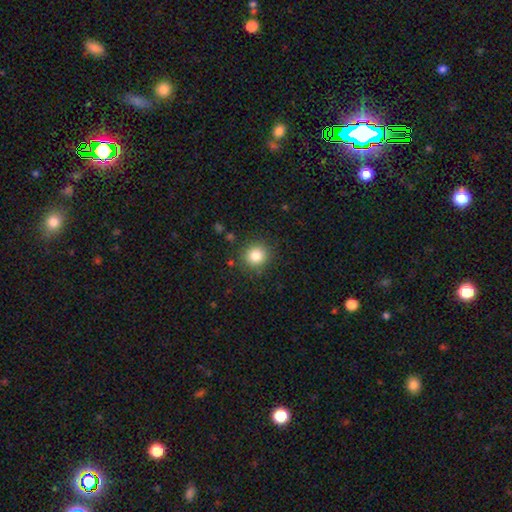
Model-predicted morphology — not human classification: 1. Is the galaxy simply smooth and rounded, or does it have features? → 82% smooth, 12% star or artifact, 6% featured or disk.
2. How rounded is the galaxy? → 90% round, 9% in between, 1% cigar-shaped.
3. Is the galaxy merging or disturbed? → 88% none, 8% minor disturbance, 3% major disturbance, 2% merger.